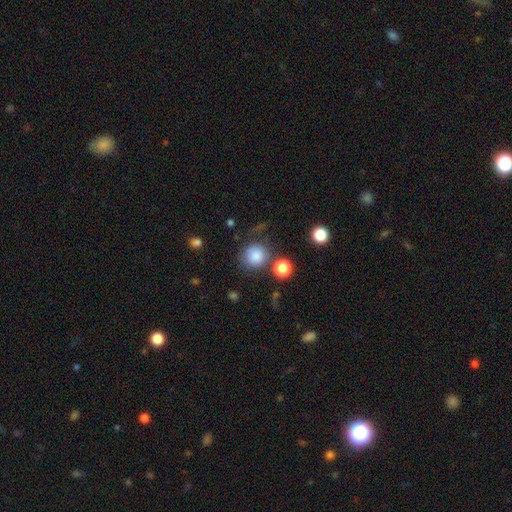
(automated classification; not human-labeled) Smooth or featured: smooth — 83% (star or artifact — 10%)
How rounded: round — 87% (in between — 12%)
Merging: none — 70% (minor disturbance — 15%)